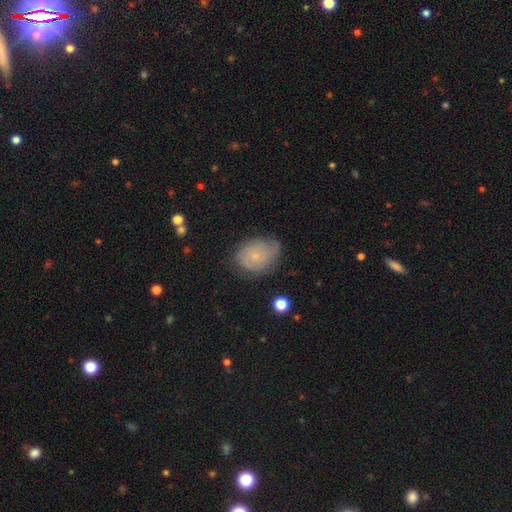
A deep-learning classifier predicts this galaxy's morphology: type=smooth (47%); merging=none (59%).